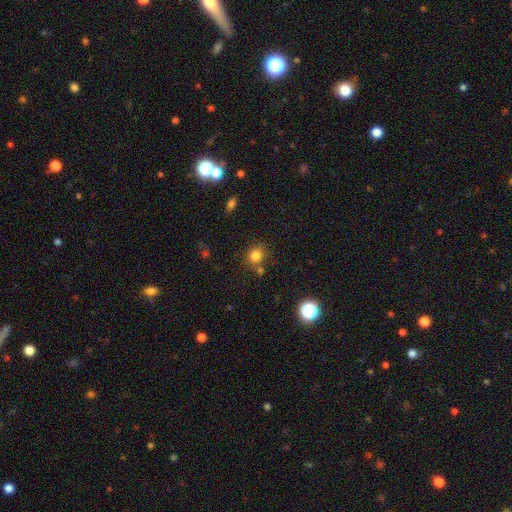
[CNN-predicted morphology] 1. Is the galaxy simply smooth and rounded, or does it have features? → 81% smooth, 13% star or artifact, 6% featured or disk.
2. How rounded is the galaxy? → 81% round, 18% in between, 1% cigar-shaped.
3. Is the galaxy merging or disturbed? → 74% none, 12% minor disturbance, 10% merger, 4% major disturbance.